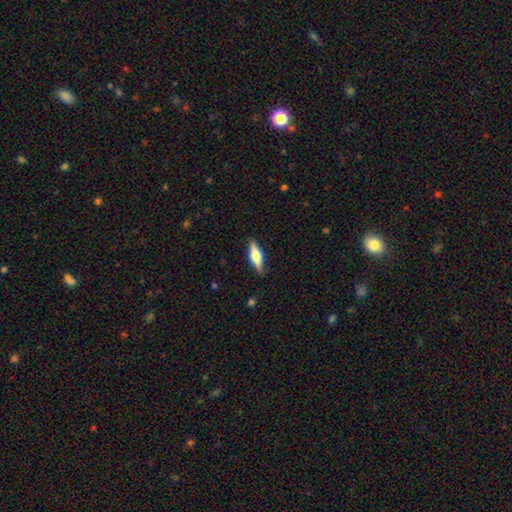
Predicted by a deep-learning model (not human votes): Q: Smooth or featured?
A: featured or disk (50%); runner-up: smooth (44%)
Q: Merging?
A: none (87%); runner-up: minor disturbance (10%)